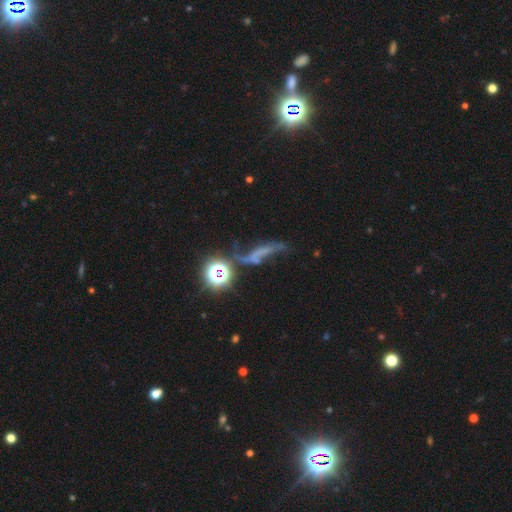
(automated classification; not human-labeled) This is marginally a featured or disk galaxy (37%, tied with star or artifact). Merging: marginally none (43%).